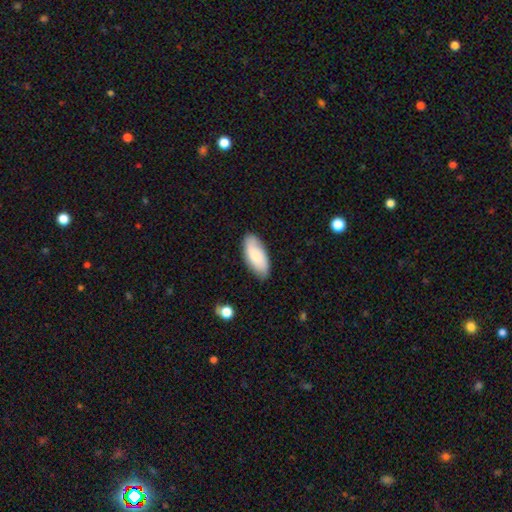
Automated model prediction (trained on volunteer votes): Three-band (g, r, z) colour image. It shows a smooth galaxy with no disk features (77%) that is in between round and cigar-shaped (87%). Merging: none (82%).